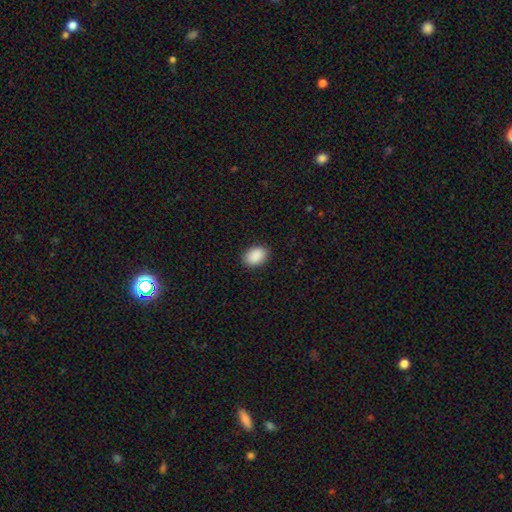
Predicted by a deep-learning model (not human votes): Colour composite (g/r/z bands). It shows a smooth galaxy with no disk features (91%) that is in between round and cigar-shaped (84%). Merging: none (89%).